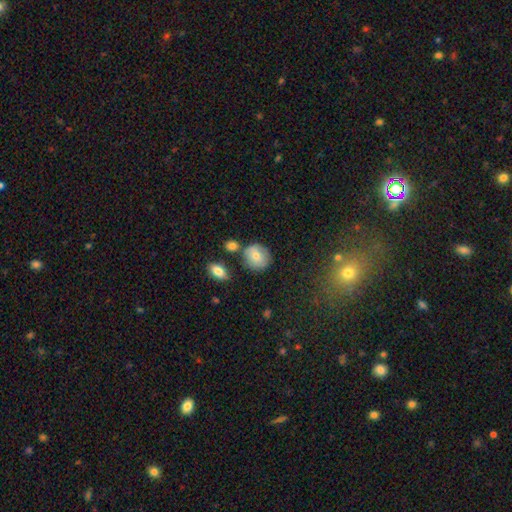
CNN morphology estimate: The model was most divided on "merging": none: 65%, minor disturbance: 18%, merger: 12%, major disturbance: 5%. More confident: how rounded — round (79%); smooth or featured — smooth (72%).